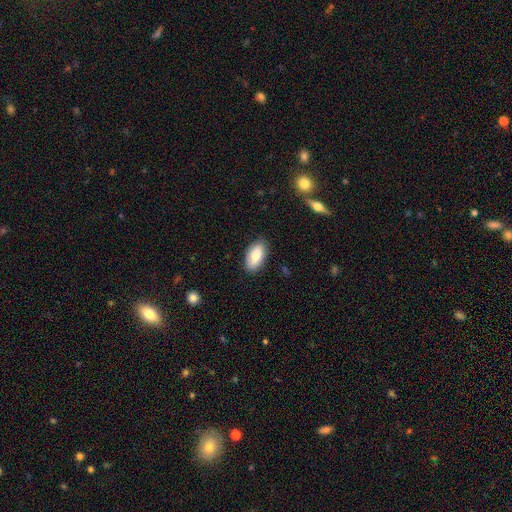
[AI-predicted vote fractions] Overall: smooth (80%). How rounded: in between (93%). Merging: none (84%).